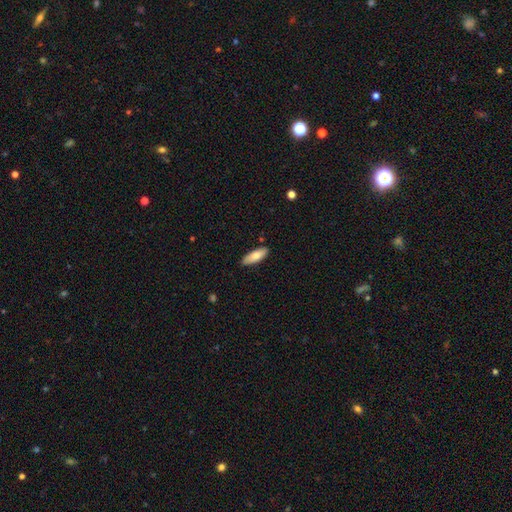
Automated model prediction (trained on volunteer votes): Smooth or featured?
  - smooth: 76% *
  - featured or disk: 18%
  - star or artifact: 6%
How rounded?
  - in between: 67% *
  - cigar-shaped: 31%
  - round: 2%
Merging?
  - none: 87% *
  - minor disturbance: 10%
  - major disturbance: 2%
  - merger: 1%